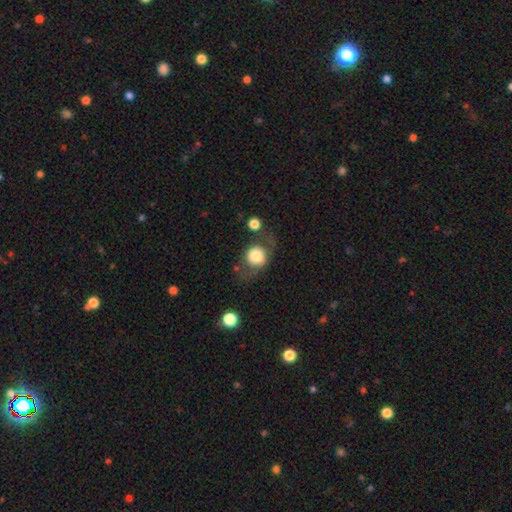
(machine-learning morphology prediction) smooth 71%, featured or disk 21%, star or artifact 8%. Down the decision tree: how rounded — round (76%); merging — none (61%).